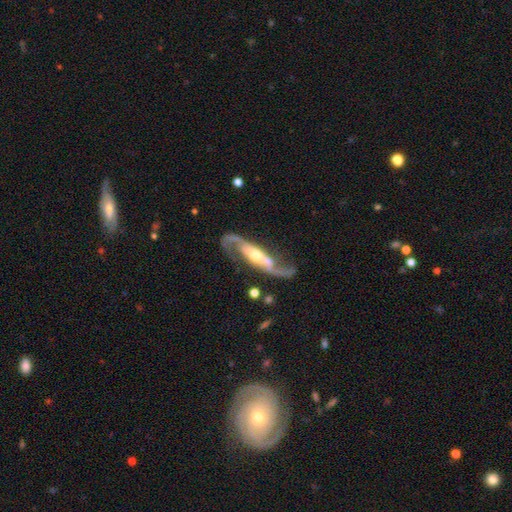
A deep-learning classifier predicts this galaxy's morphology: This is clearly a featured or disk galaxy (89%). It is clearly not viewed edge-on (86%). Bar: marginally strong (40%). Spiral arm pattern: clearly yes (96%). Spiral arm count: clearly 2 (90%). Spiral winding: possibly loose (59%). Central bulge: possibly moderate (58%). Merging: likely none (65%).